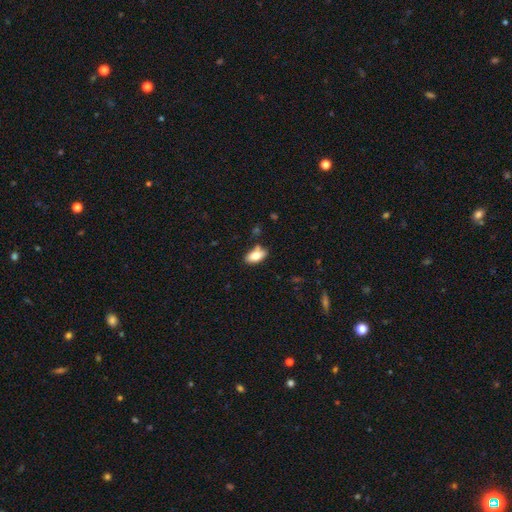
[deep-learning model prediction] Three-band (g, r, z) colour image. It shows a smooth galaxy with no disk features (76%) that is in between round and cigar-shaped (90%). Merging: none (76%).